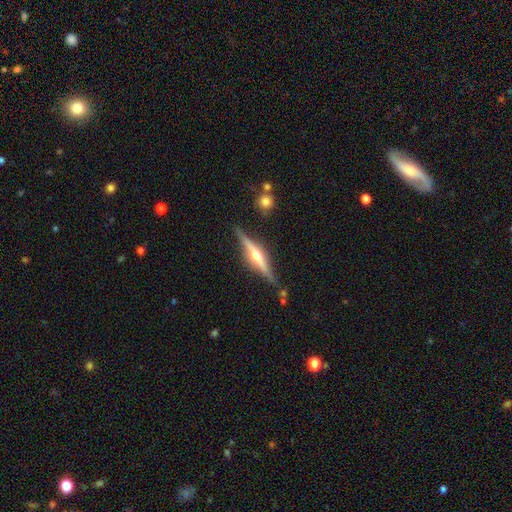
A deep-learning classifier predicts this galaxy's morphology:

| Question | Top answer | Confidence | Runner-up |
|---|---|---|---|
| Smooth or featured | featured or disk | 79% | smooth (15%) |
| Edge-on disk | yes | 97% | no (3%) |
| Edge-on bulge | rounded | 93% | boxy (4%) |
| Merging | none | 85% | minor disturbance (10%) |